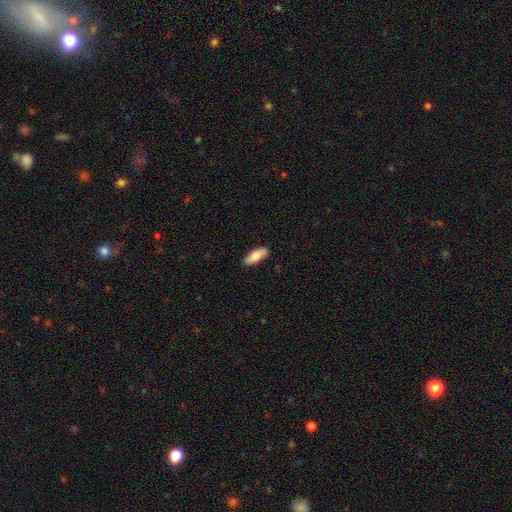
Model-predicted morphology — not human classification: The model was most divided on "how rounded": in between: 75%, cigar-shaped: 23%, round: 2%. More confident: merging — none (86%); smooth or featured — smooth (83%).